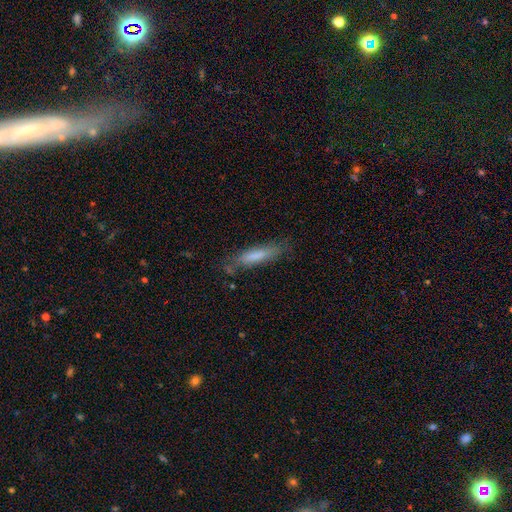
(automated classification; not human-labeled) The model was most divided on "merging": none: 71%, minor disturbance: 20%, major disturbance: 6%, merger: 3%. More confident: how rounded — cigar-shaped (79%); smooth or featured — smooth (73%).